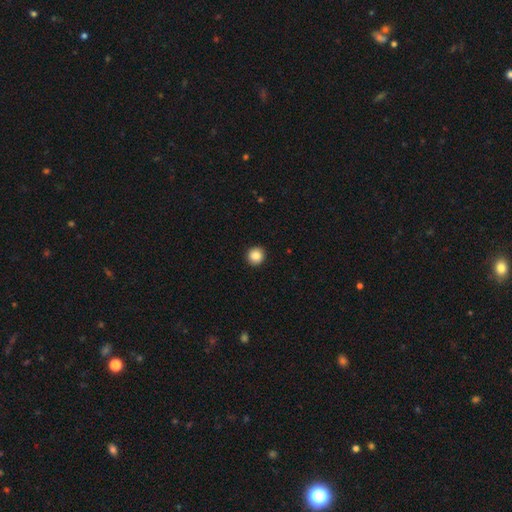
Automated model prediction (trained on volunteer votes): smooth 87%, star or artifact 9%, featured or disk 4%. Down the decision tree: how rounded — round (94%); merging — none (93%).